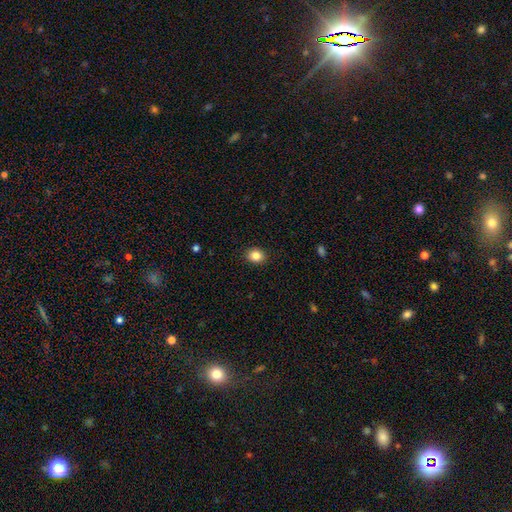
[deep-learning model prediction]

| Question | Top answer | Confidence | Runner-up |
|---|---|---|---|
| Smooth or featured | smooth | 85% | star or artifact (10%) |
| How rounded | round | 56% | in between (43%) |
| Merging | none | 90% | minor disturbance (7%) |